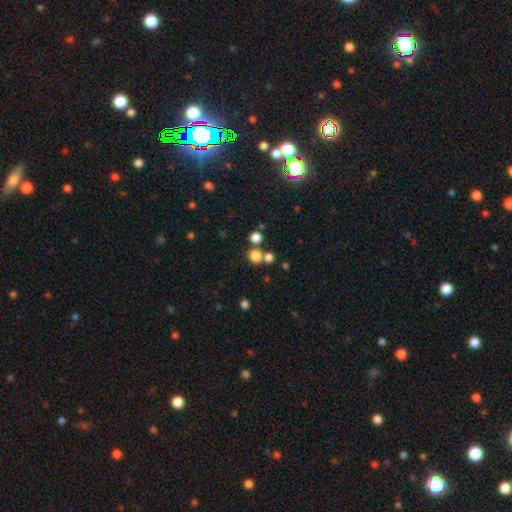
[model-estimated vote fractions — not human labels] smooth 78%, star or artifact 15%, featured or disk 6%. Down the decision tree: how rounded — round (85%); merging — none (65%).